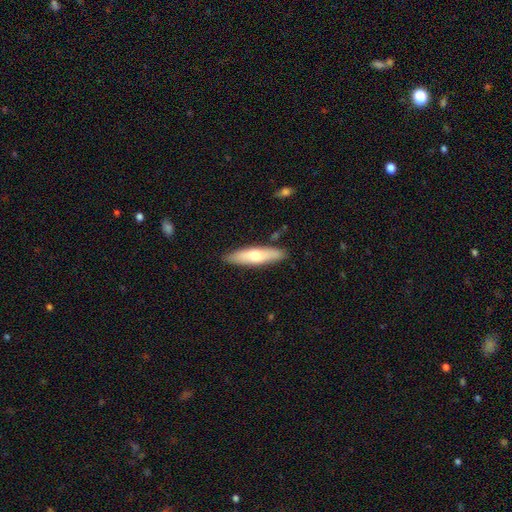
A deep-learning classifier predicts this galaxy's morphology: smooth 59%, featured or disk 35%, star or artifact 5%. Down the decision tree: how rounded — cigar-shaped (71%); merging — none (87%).